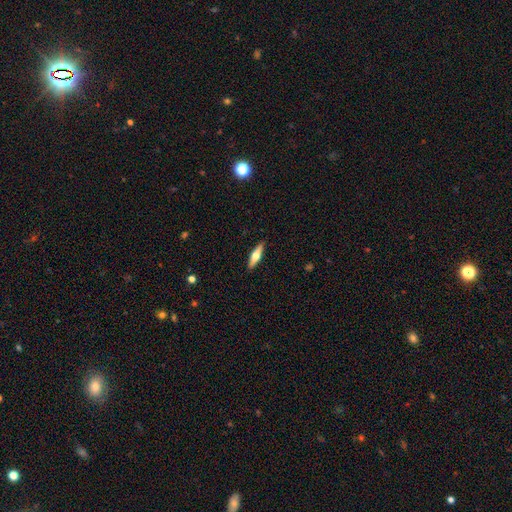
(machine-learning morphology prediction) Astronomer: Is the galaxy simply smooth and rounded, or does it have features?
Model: featured or disk — 48% (runner-up: smooth, 46%).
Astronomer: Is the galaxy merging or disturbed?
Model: none — 90%.